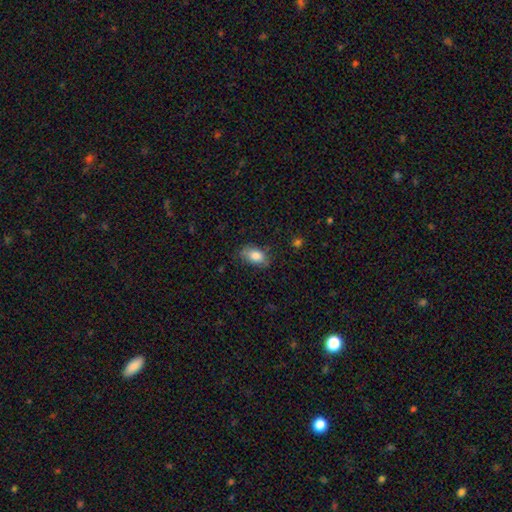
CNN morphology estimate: smooth-or-featured: smooth: 83% | featured or disk: 10% | star or artifact: 7%
  how-rounded: in between: 88% | round: 9% | cigar-shaped: 2%
  merging: none: 72% | minor disturbance: 22% | major disturbance: 5% | merger: 1%